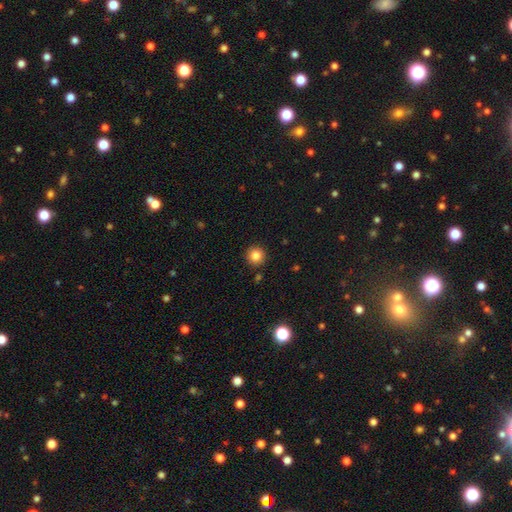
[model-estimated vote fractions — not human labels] Smooth or featured? smooth (84%)
How rounded? round (95%)
Merging? none (91%)